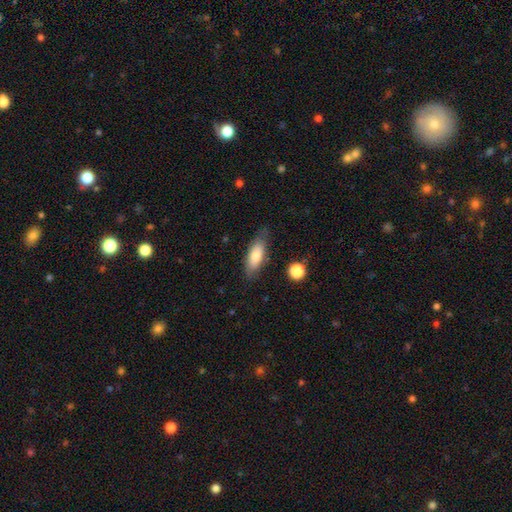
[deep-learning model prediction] Overall: smooth (77%). How rounded: in between (72%). Merging: none (75%).